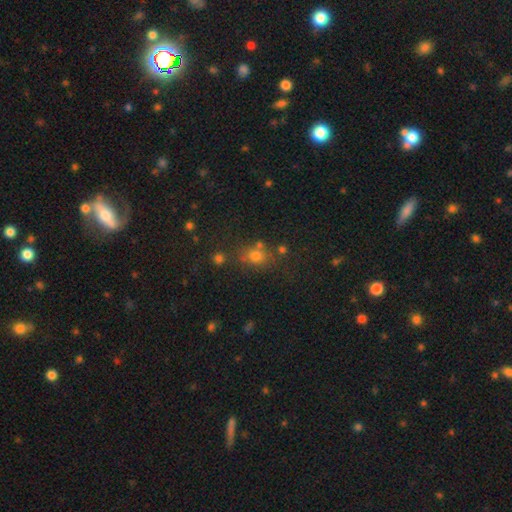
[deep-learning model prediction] Smooth or featured? Predicted: smooth (p=0.67). How rounded? Predicted: round (p=0.57). Merging? Predicted: none (p=0.66).